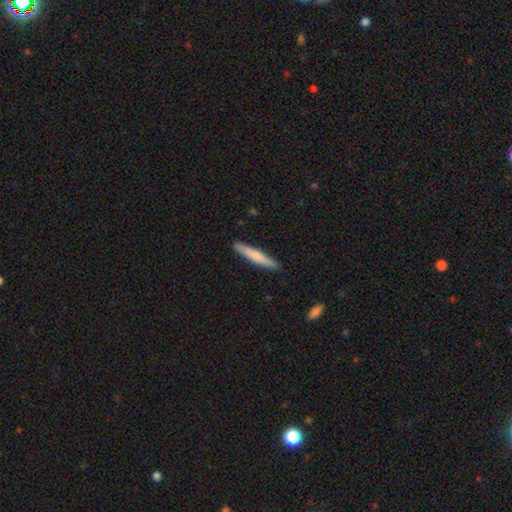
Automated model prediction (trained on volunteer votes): smooth-or-featured: smooth: 71% | featured or disk: 24% | star or artifact: 5%
  how-rounded: cigar-shaped: 94% | in between: 5% | round: 1%
  merging: none: 89% | minor disturbance: 8% | major disturbance: 1% | merger: 1%